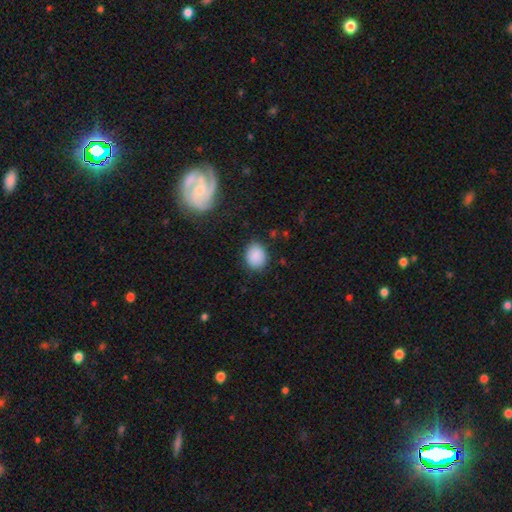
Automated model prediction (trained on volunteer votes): The model was most divided on "how rounded": round: 56%, in between: 43%, cigar-shaped: 1%. More confident: smooth or featured — smooth (88%); merging — none (84%).